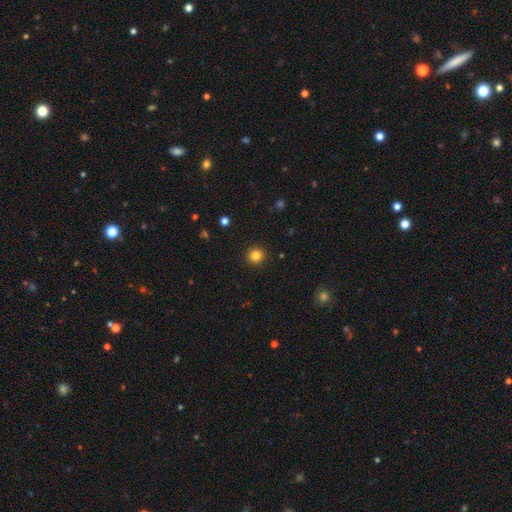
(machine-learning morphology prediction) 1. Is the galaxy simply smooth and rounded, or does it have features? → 82% smooth, 12% star or artifact, 5% featured or disk.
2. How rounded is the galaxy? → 95% round, 4% in between, 1% cigar-shaped.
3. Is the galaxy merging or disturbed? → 93% none, 4% minor disturbance, 2% major disturbance, 1% merger.